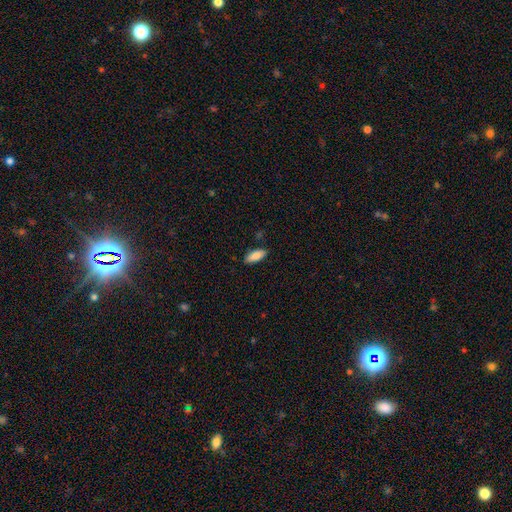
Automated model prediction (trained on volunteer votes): Smooth or featured? smooth (88%)
How rounded? in between (79%)
Merging? none (84%)